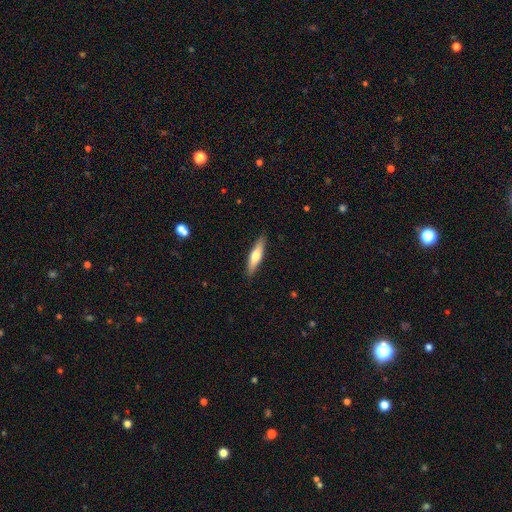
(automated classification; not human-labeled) Smooth or featured? smooth (58%)
How rounded? cigar-shaped (75%)
Merging? none (89%)